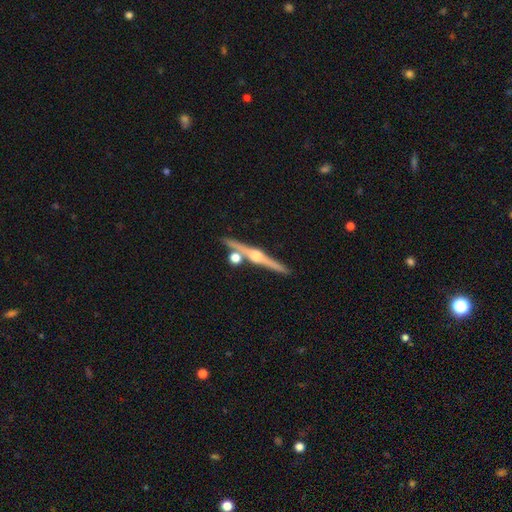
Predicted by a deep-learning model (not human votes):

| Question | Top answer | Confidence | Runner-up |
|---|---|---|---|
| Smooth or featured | featured or disk | 84% | smooth (10%) |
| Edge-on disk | yes | 98% | no (2%) |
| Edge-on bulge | rounded | 92% | boxy (4%) |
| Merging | none | 82% | merger (8%) |